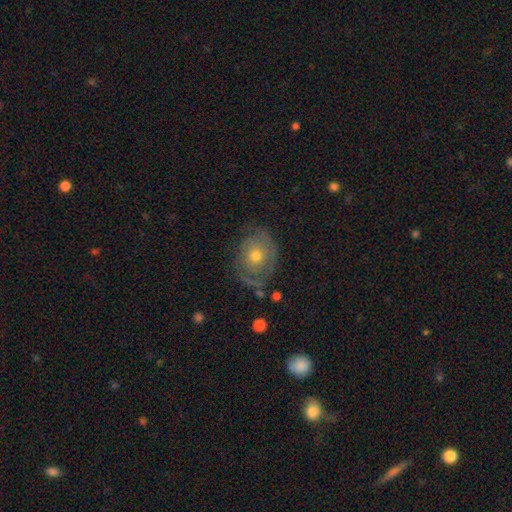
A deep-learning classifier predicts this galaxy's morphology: smooth-or-featured: featured or disk: 56% | smooth: 35% | star or artifact: 9%
  disk-edge-on: no: 95% | yes: 5%
    bar: no: 88% | weak: 10% | strong: 2%
    has-spiral-arms: yes: 59% | no: 41%
    bulge-size: moderate: 62% | small: 32% | large: 3% | none: 1% | dominant: 1%
  merging: none: 62% | minor disturbance: 23% | major disturbance: 13% | merger: 2%